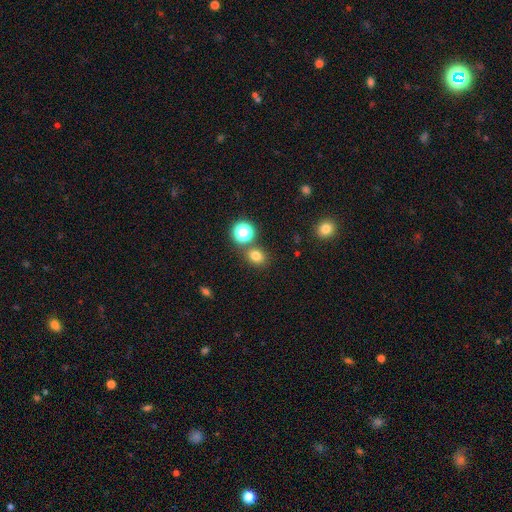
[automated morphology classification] Smooth or featured: smooth — 75% (star or artifact — 19%)
How rounded: round — 63% (in between — 36%)
Merging: none — 77% (merger — 11%)